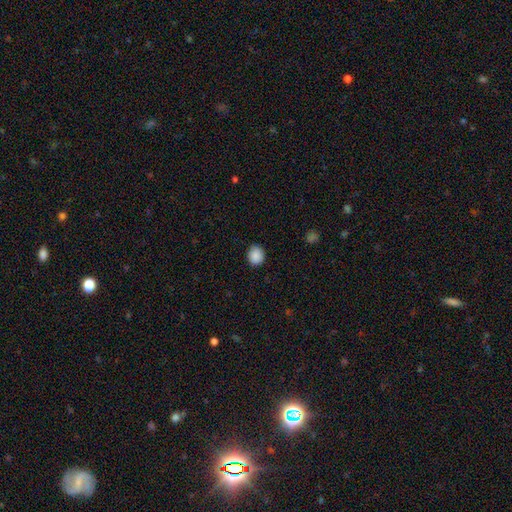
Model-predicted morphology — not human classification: smooth-or-featured: smooth: 89% | star or artifact: 8% | featured or disk: 3%
  how-rounded: round: 77% | in between: 22% | cigar-shaped: 1%
  merging: none: 86% | minor disturbance: 11% | major disturbance: 2% | merger: 1%